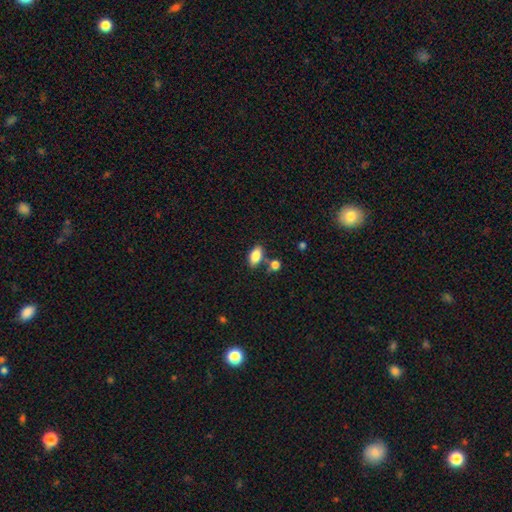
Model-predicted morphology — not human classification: smooth 84%, featured or disk 8%, star or artifact 8%. Down the decision tree: how rounded — in between (89%); merging — none (68%).